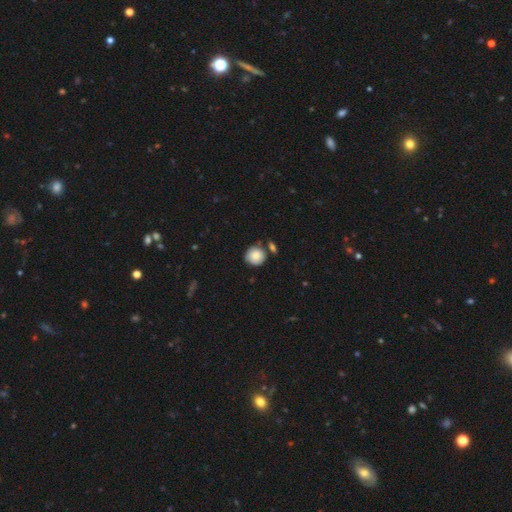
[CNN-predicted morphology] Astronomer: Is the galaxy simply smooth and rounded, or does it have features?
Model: smooth — 84%.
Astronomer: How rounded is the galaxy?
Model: round — 91%.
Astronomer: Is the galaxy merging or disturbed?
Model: none — 72%.